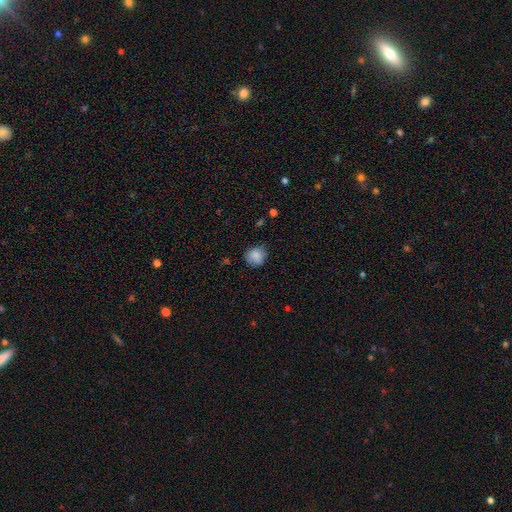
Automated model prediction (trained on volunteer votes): smooth 85%, star or artifact 9%, featured or disk 6%. Down the decision tree: how rounded — round (82%); merging — none (76%).